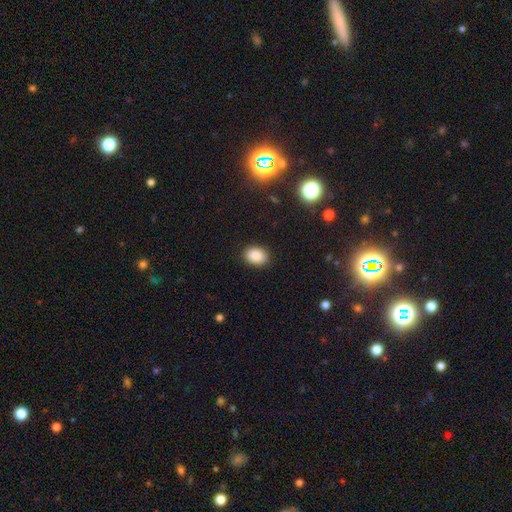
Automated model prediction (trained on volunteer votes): Smooth or featured? smooth (87%)
How rounded? in between (71%)
Merging? none (88%)